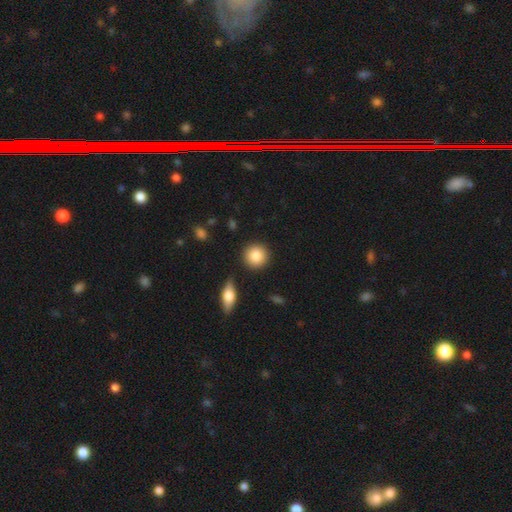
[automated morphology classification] Smooth or featured?
  - smooth: 85% *
  - featured or disk: 8%
  - star or artifact: 7%
How rounded?
  - round: 92% *
  - in between: 7%
  - cigar-shaped: 1%
Merging?
  - none: 88% *
  - minor disturbance: 6%
  - merger: 3%
  - major disturbance: 2%